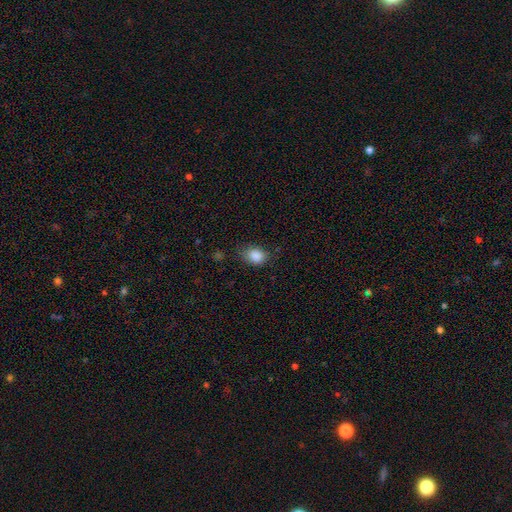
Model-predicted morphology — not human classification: A smooth galaxy with no disk features (87%) that is in between round and cigar-shaped (54%). Merging: none (71%).